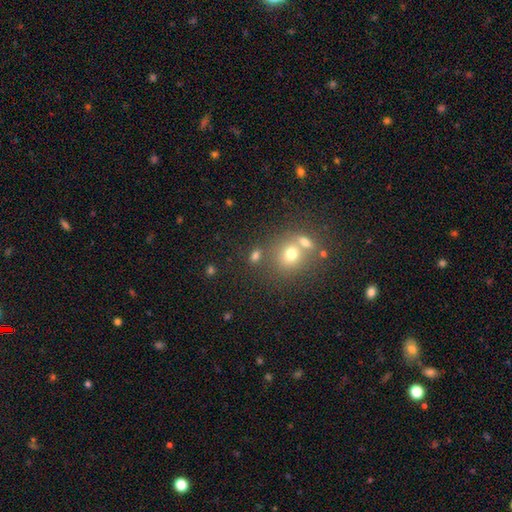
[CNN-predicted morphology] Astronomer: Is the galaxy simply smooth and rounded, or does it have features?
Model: smooth — 63%.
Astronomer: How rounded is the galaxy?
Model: round — 75%.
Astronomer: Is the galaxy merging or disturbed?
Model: none — 54% (runner-up: merger, 32%).